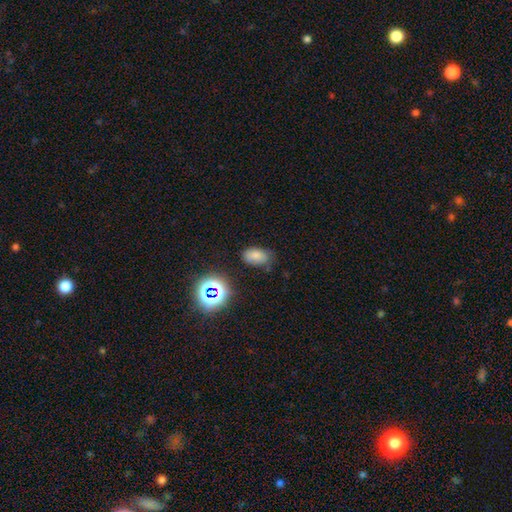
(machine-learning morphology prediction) Overall: smooth (73%). How rounded: in between (90%). Merging: none (66%).